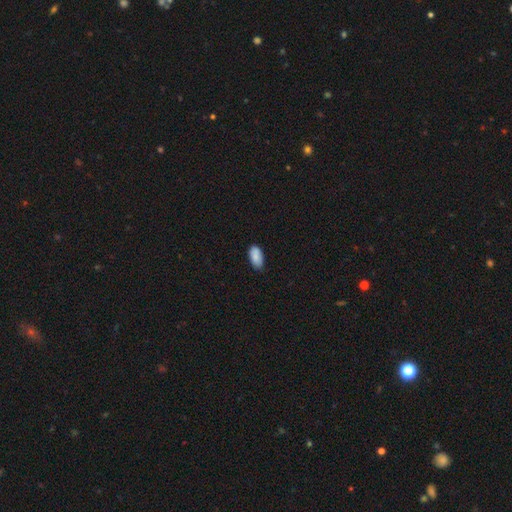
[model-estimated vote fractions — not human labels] The model was most divided on "merging": none: 78%, minor disturbance: 18%, major disturbance: 3%, merger: 1%. More confident: how rounded — in between (94%); smooth or featured — smooth (87%).